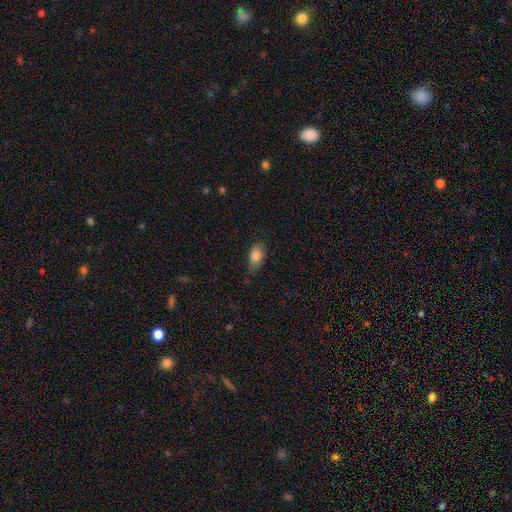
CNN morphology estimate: Smooth or featured?
  - smooth: 83% *
  - featured or disk: 9%
  - star or artifact: 8%
How rounded?
  - in between: 88% *
  - round: 8%
  - cigar-shaped: 4%
Merging?
  - none: 59% *
  - minor disturbance: 32%
  - major disturbance: 7%
  - merger: 2%